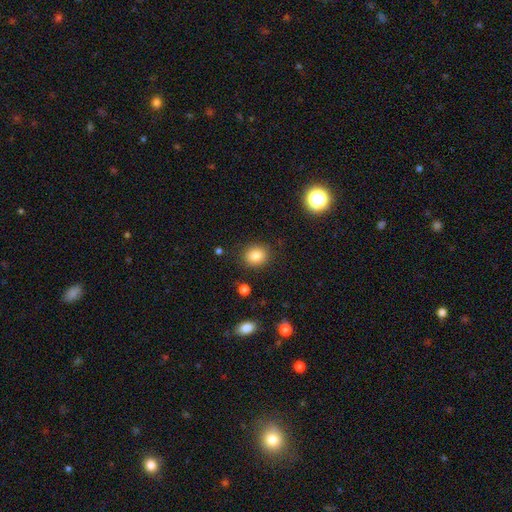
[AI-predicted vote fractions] Smooth or featured? Predicted: smooth (p=0.83). How rounded? Predicted: round (p=0.74). Merging? Predicted: none (p=0.87).